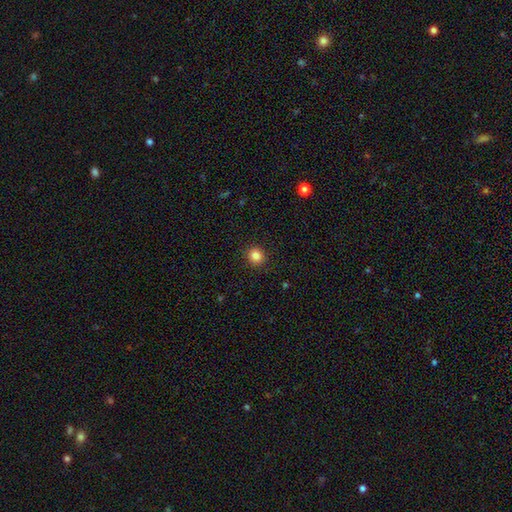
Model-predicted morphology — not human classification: Smooth or featured: smooth — 84% (star or artifact — 11%)
How rounded: round — 88% (in between — 11%)
Merging: none — 92% (minor disturbance — 6%)